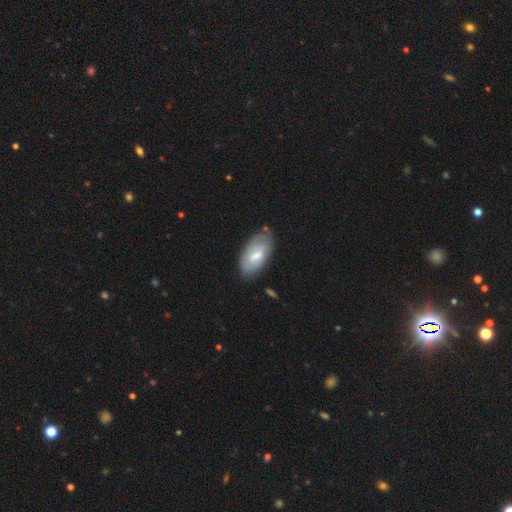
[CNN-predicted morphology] Smooth or featured?
  - smooth: 47% * (tied)
  - featured or disk: 47% * (tied)
  - star or artifact: 6%
Merging?
  - none: 72% *
  - minor disturbance: 20%
  - major disturbance: 5%
  - merger: 3%